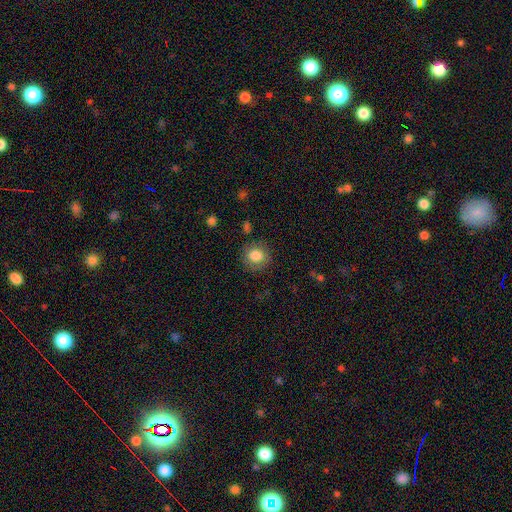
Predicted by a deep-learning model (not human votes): Smooth or featured? smooth (83%)
How rounded? round (85%)
Merging? none (81%)